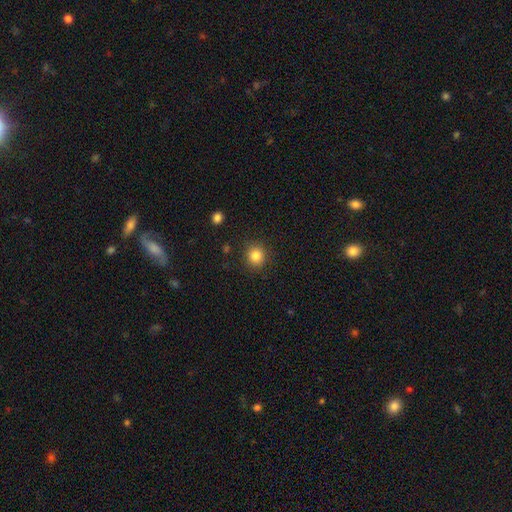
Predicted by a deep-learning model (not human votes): A smooth galaxy with no disk features (84%) that is round (89%). Merging: none (89%).